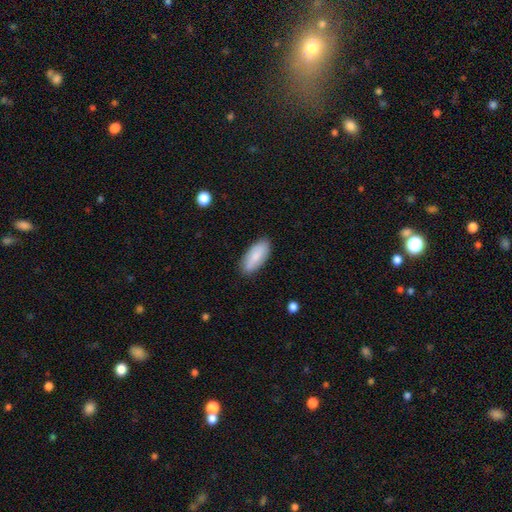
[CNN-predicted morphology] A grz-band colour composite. It shows a smooth galaxy with no disk features (79%) that is in between round and cigar-shaped (83%). Merging: none (85%).